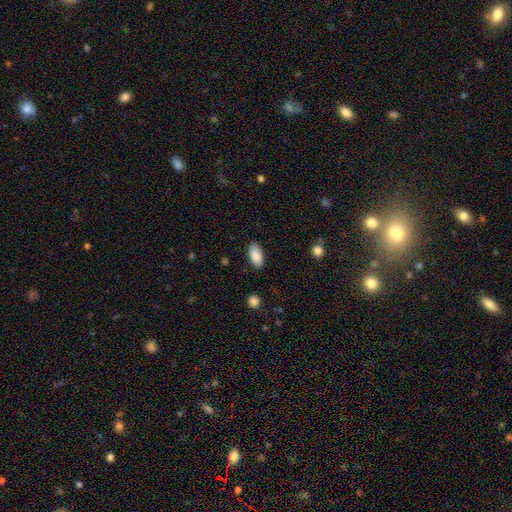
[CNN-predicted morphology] The model was most divided on "merging": none: 86%, minor disturbance: 10%, major disturbance: 2%, merger: 1%. More confident: how rounded — in between (93%); smooth or featured — smooth (88%).